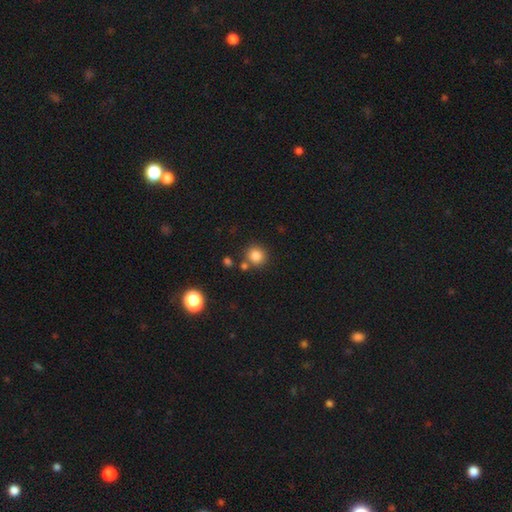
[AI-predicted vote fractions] Morphology: type=smooth (83%); roundness=round (90%); merging=none (78%).